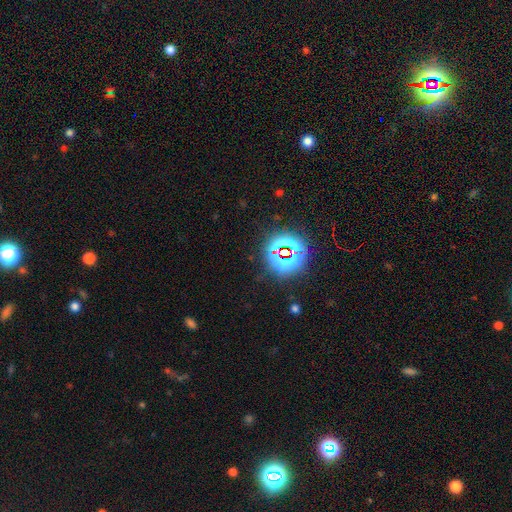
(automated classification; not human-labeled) Q: Smooth or featured?
A: star or artifact (80%); runner-up: smooth (13%)